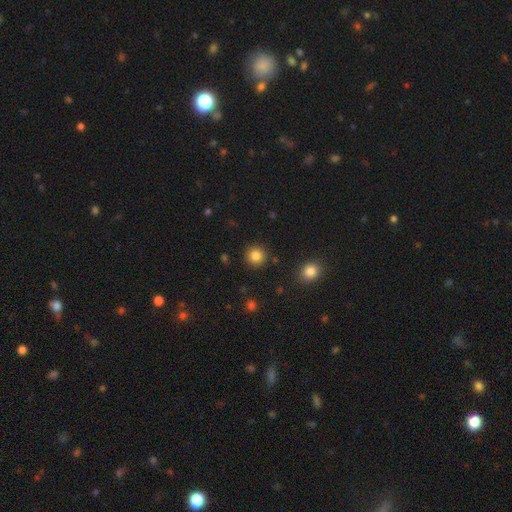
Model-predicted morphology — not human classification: A smooth galaxy with no disk features (85%) that is round (94%). Merging: none (91%).